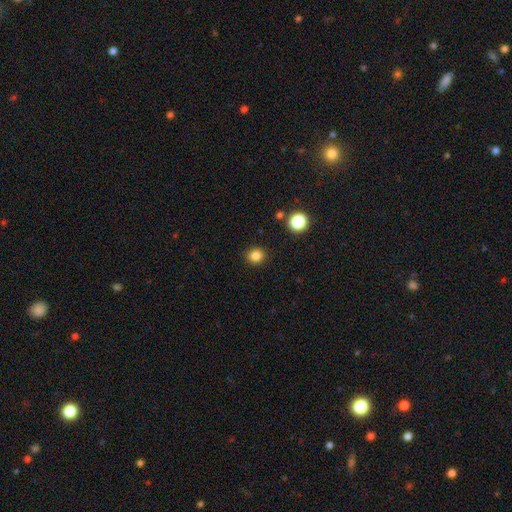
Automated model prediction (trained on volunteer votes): Smooth or featured: smooth — 83% (star or artifact — 12%)
How rounded: round — 86% (in between — 13%)
Merging: none — 90% (minor disturbance — 6%)